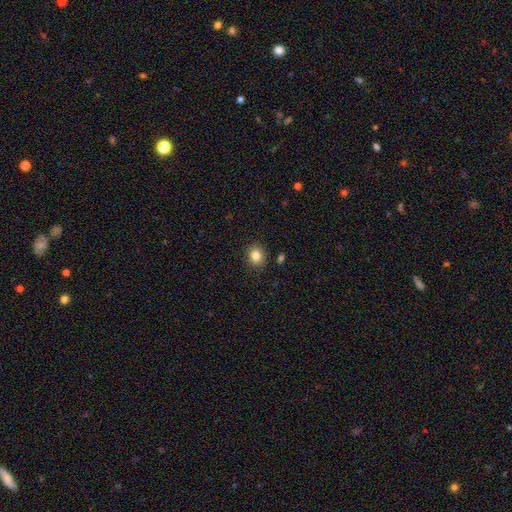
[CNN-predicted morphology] type=smooth (83%); roundness=round (67%); merging=none (89%).